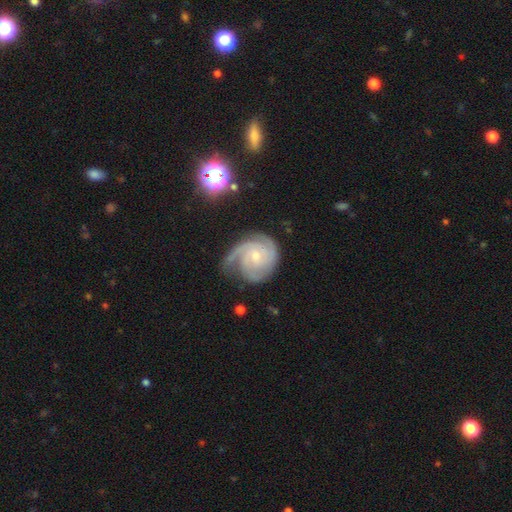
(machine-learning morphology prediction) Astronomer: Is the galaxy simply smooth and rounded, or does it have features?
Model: featured or disk — 87%.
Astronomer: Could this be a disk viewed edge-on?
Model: no — 98%.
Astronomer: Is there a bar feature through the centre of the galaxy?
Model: no — 68%.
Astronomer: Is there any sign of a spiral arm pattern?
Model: yes — 98%.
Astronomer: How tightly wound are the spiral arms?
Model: tight — 67%.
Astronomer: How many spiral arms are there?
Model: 3 — 45%.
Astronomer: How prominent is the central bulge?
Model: small — 65%.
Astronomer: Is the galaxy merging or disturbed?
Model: none — 60%.